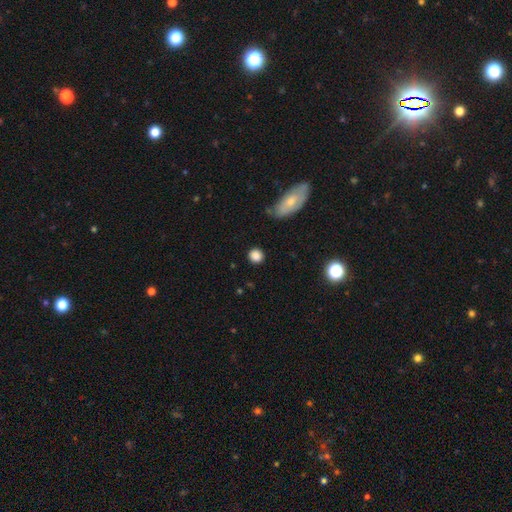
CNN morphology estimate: The model was most divided on "how rounded": round: 86%, in between: 12%, cigar-shaped: 1%. More confident: merging — none (87%); smooth or featured — smooth (86%).